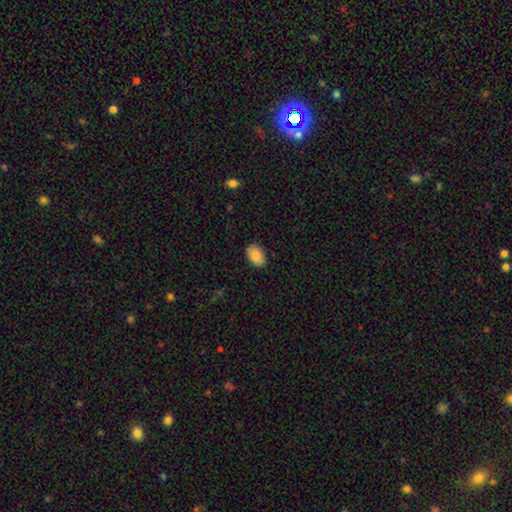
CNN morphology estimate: Smooth or featured?
  - smooth: 86% *
  - featured or disk: 8%
  - star or artifact: 7%
How rounded?
  - in between: 89% *
  - round: 10%
  - cigar-shaped: 1%
Merging?
  - none: 87% *
  - minor disturbance: 10%
  - major disturbance: 2%
  - merger: 1%